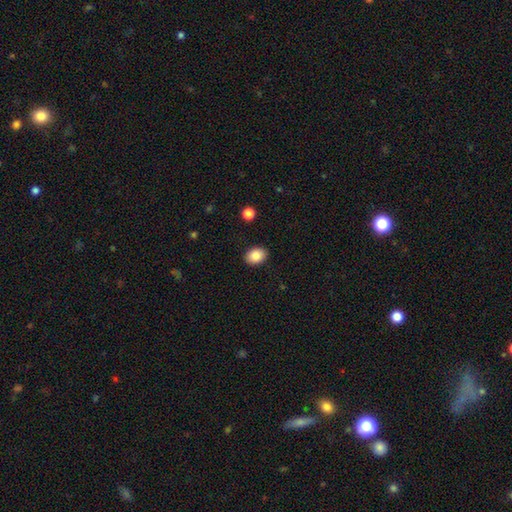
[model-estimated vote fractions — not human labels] smooth_or_featured: smooth (p=0.85) [alt: star or artifact p=0.08]
how_rounded: in between (p=0.69) [alt: round p=0.30]
merging: none (p=0.90) [alt: minor disturbance p=0.07]